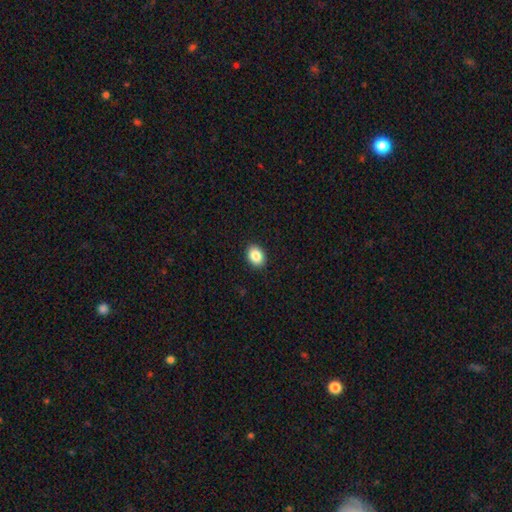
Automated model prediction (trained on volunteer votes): Smooth or featured: smooth — 87% (star or artifact — 8%)
How rounded: in between — 70% (round — 30%)
Merging: none — 91% (minor disturbance — 6%)